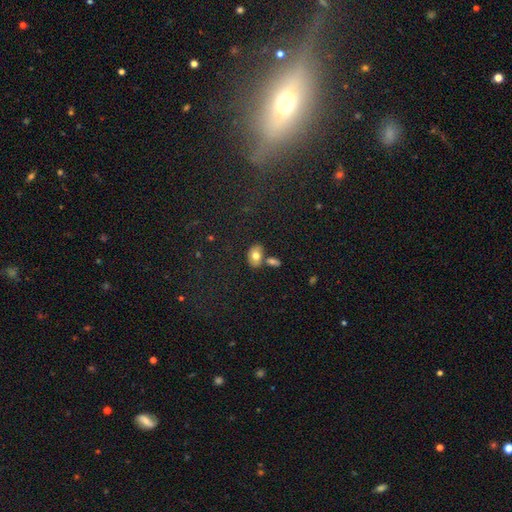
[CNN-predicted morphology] A smooth galaxy with no disk features (76%) that is in between round and cigar-shaped (84%).

Vote fractions:
- Smooth or featured? smooth: 76% / featured or disk: 15% / star or artifact: 9%
- How rounded? in between: 84% / round: 14% / cigar-shaped: 1%
- Merging? none: 66% / merger: 18% / minor disturbance: 12% / major disturbance: 3%